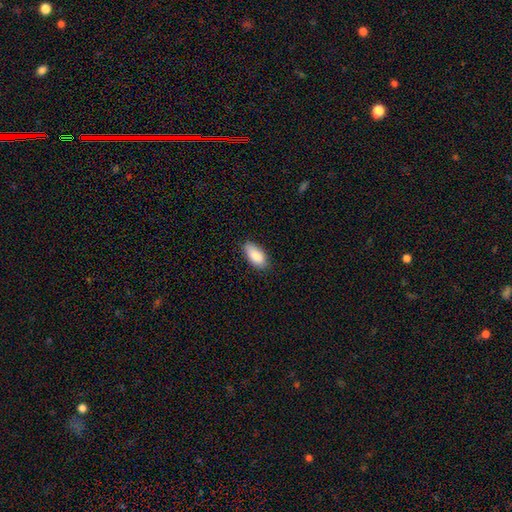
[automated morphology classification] A smooth galaxy with no disk features (89%) that is in between round and cigar-shaped (91%).

Vote fractions:
- Smooth or featured? smooth: 89% / star or artifact: 7% / featured or disk: 5%
- How rounded? in between: 91% / cigar-shaped: 7% / round: 2%
- Merging? none: 81% / minor disturbance: 16% / major disturbance: 2% / merger: 1%